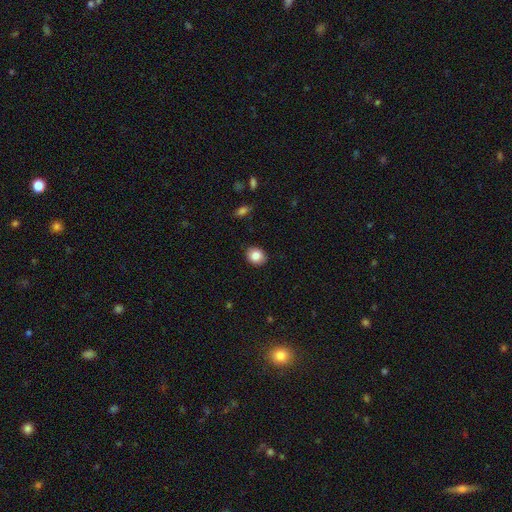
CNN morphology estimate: This is clearly a smooth galaxy (85%). How rounded: possibly round (51%). Merging: clearly none (89%).